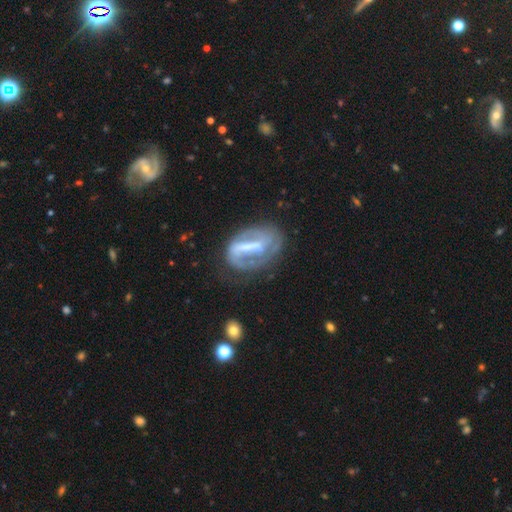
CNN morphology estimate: smooth_or_featured: featured or disk (p=0.73) [alt: smooth p=0.19]
disk_edge_on: no (p=0.93) [alt: yes p=0.07]
bar: strong (p=0.63) [alt: weak p=0.27]
has_spiral_arms: yes (p=0.68) [alt: no p=0.32]
bulge_size: moderate (p=0.33) [tied with: small p=0.33]
merging: none (p=0.56) [alt: minor disturbance p=0.23]